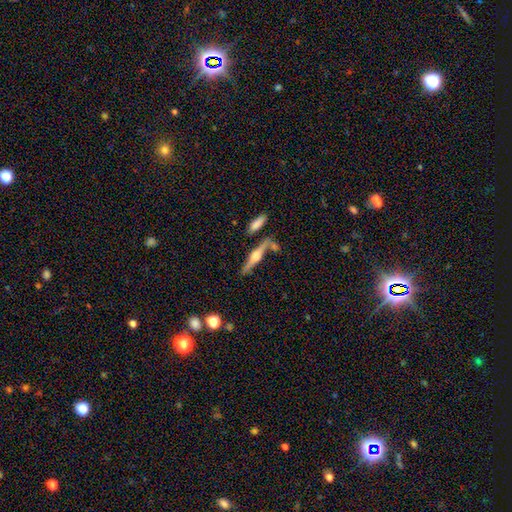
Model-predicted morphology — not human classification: Smooth or featured? Predicted: featured or disk (p=0.70). Edge-on disk? Predicted: yes (p=0.95). Edge-on bulge? Predicted: rounded (p=0.88). Merging? Predicted: none (p=0.70).